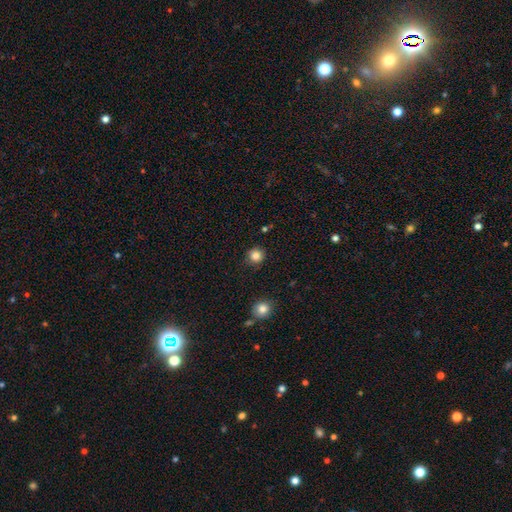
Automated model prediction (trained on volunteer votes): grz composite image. It shows a smooth galaxy with no disk features (83%) that is round (93%). Merging: none (89%).